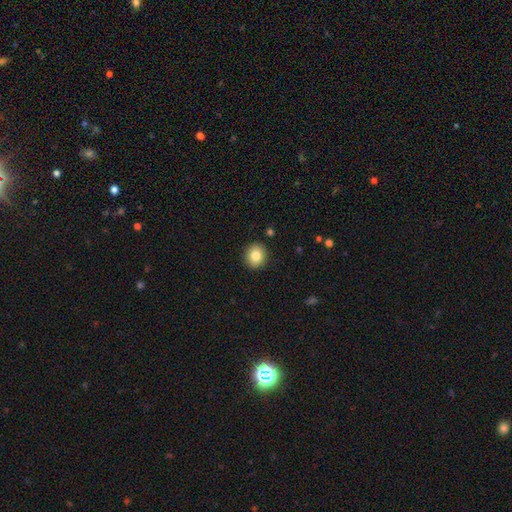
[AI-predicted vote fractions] Smooth or featured: smooth — 82% (star or artifact — 10%)
How rounded: round — 84% (in between — 16%)
Merging: none — 91% (minor disturbance — 6%)